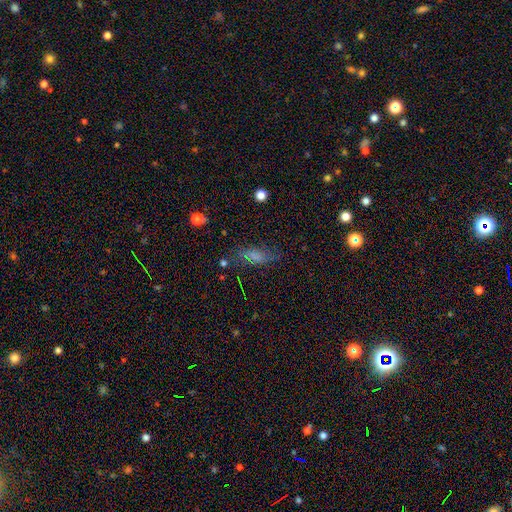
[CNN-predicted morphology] type=smooth (59%); roundness=in between (75%); merging=none (67%).